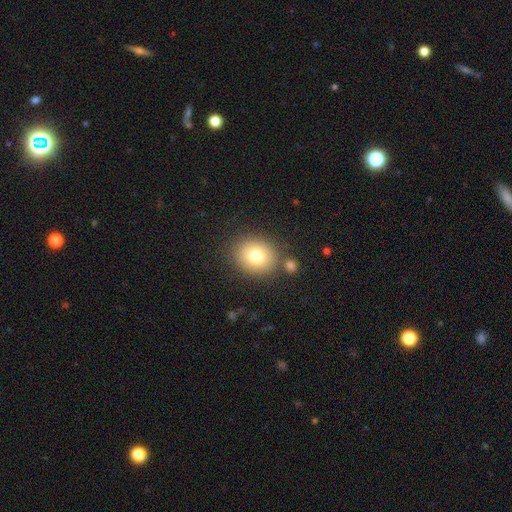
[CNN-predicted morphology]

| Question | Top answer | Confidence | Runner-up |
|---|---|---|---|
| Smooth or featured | smooth | 79% | featured or disk (11%) |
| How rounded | round | 71% | in between (28%) |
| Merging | none | 79% | minor disturbance (9%) |